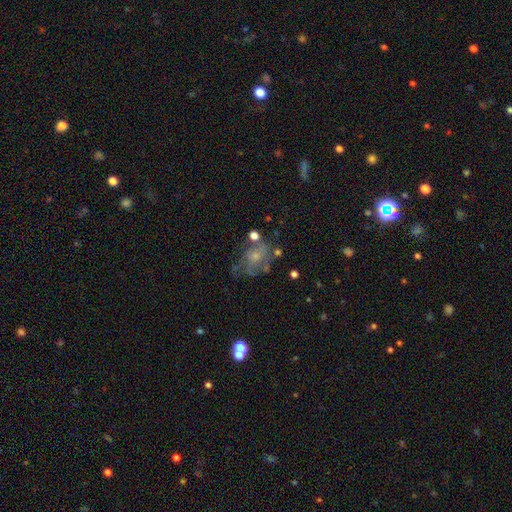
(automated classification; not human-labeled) Smooth or featured? featured or disk (60%)
Edge-on disk? no (97%)
Bar? no (81%)
Spiral arms? yes (59%)
Bulge size? small (61%)
Merging? none (42%)